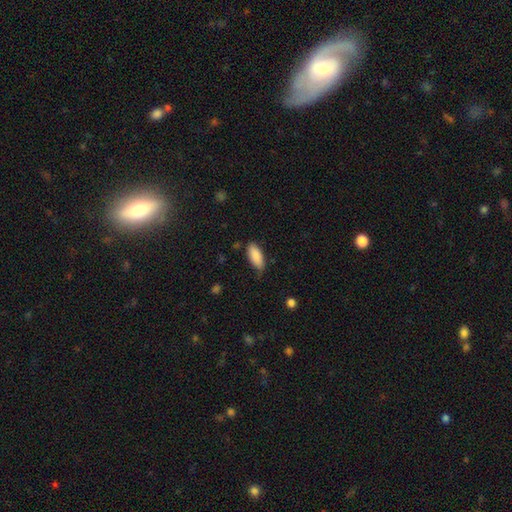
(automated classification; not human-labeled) smooth-or-featured: smooth: 88% | star or artifact: 6% | featured or disk: 6%
  how-rounded: in between: 84% | cigar-shaped: 14% | round: 2%
  merging: none: 69% | minor disturbance: 25% | major disturbance: 4% | merger: 2%